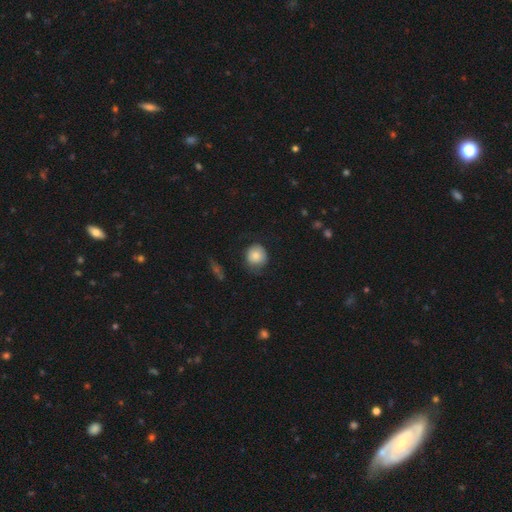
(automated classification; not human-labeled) A smooth galaxy with no disk features (82%) that is round (86%). Merging: none (62%).